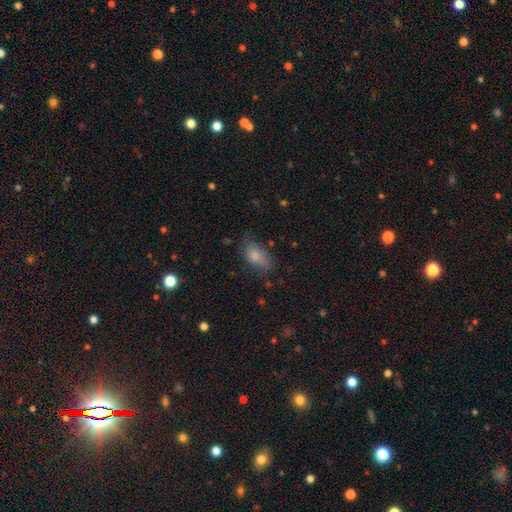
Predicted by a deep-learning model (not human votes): Smooth or featured: smooth — 72% (featured or disk — 19%)
How rounded: in between — 89% (round — 8%)
Merging: none — 56% (minor disturbance — 29%)